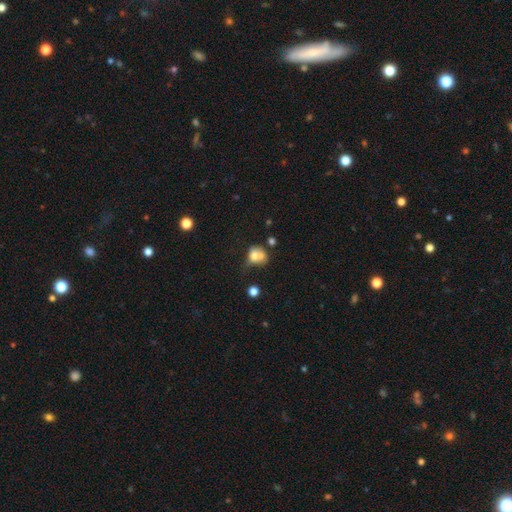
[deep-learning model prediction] smooth 68%, featured or disk 20%, star or artifact 12%. Down the decision tree: how rounded — round (53%); merging — merger (47%).